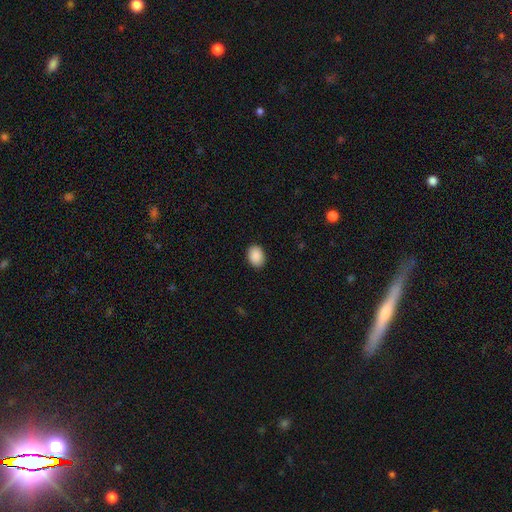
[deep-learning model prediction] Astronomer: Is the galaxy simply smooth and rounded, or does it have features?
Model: smooth — 91%.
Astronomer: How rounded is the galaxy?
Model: in between — 76%.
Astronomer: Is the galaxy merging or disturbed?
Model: none — 90%.